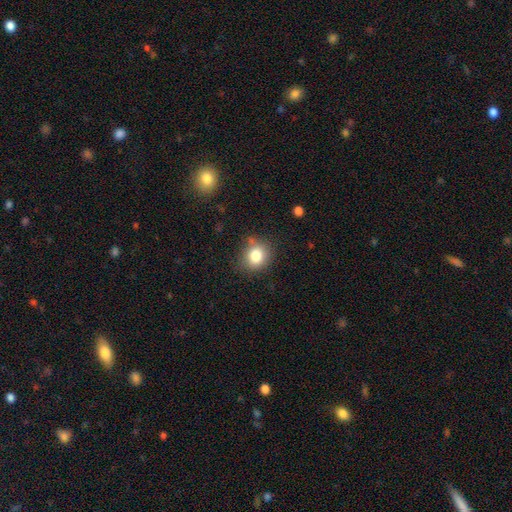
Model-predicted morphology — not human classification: Smooth or featured? Predicted: smooth (p=0.81). How rounded? Predicted: round (p=0.72). Merging? Predicted: none (p=0.78).